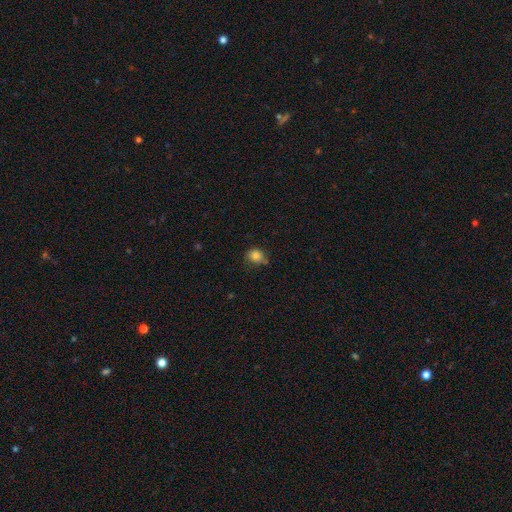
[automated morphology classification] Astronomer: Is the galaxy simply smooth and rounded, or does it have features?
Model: smooth — 82%.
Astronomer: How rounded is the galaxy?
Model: round — 69%.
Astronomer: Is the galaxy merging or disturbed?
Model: none — 65%.